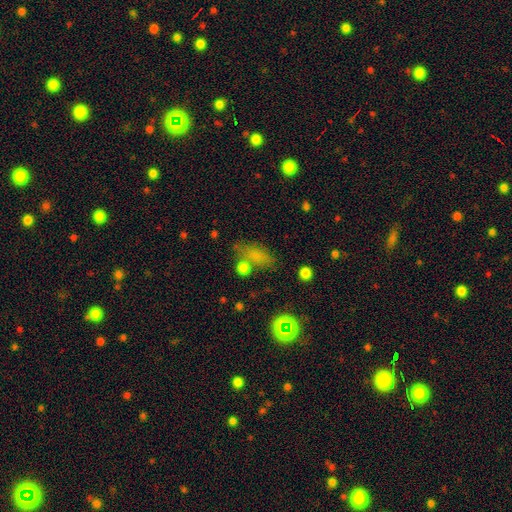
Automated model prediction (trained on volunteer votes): smooth-or-featured: smooth: 69% | star or artifact: 20% | featured or disk: 11%
  how-rounded: in between: 68% | cigar-shaped: 17% | round: 15%
  merging: none: 62% | minor disturbance: 18% | merger: 13% | major disturbance: 8%